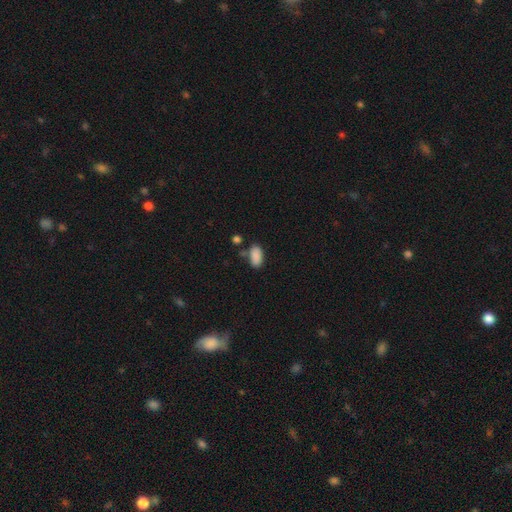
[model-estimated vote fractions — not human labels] This is clearly a smooth galaxy (88%). How rounded: clearly in between (93%). Merging: likely none (68%).